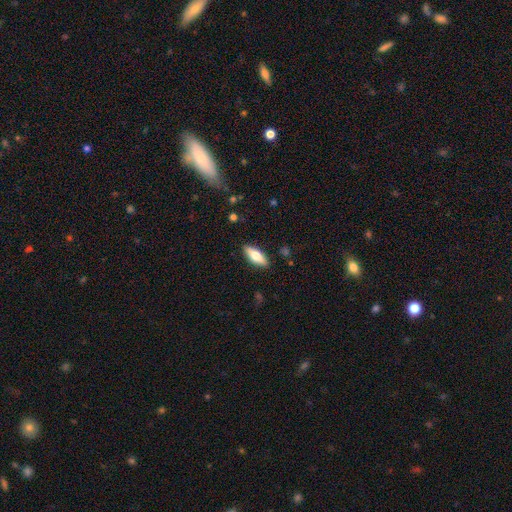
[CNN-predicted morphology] This is likely a smooth galaxy (64%). How rounded: likely in between (71%). Merging: clearly none (89%).